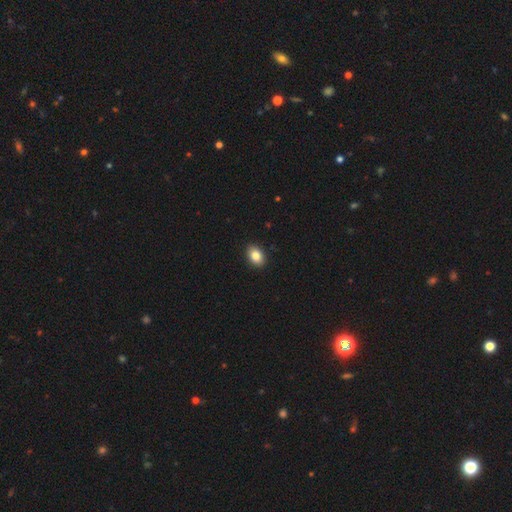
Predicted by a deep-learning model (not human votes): Smooth or featured: smooth — 85% (star or artifact — 8%)
How rounded: in between — 83% (round — 16%)
Merging: none — 90% (minor disturbance — 7%)